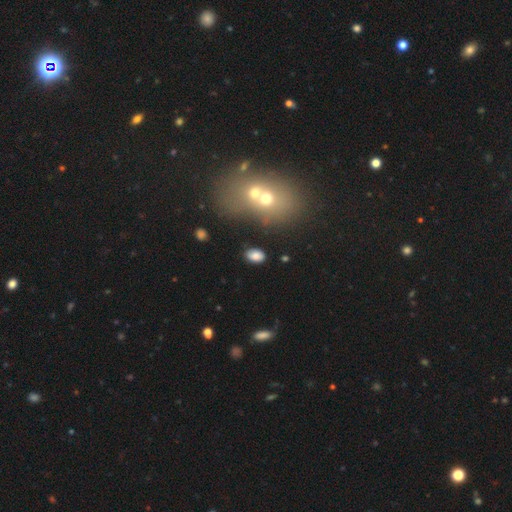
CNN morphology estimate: This is likely a smooth galaxy (80%). How rounded: clearly in between (91%). Merging: clearly none (81%).